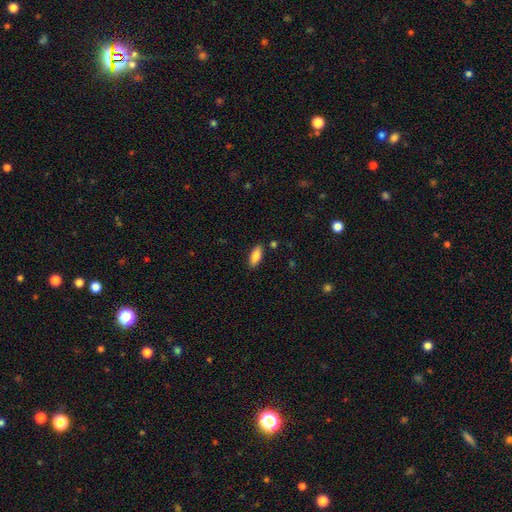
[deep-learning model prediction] smooth_or_featured: smooth (p=0.85) [alt: featured or disk p=0.08]
how_rounded: in between (p=0.82) [alt: cigar-shaped p=0.16]
merging: none (p=0.85) [alt: minor disturbance p=0.10]